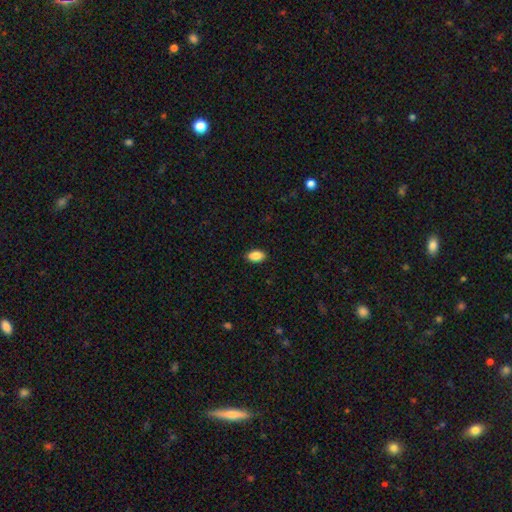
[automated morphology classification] A smooth galaxy with no disk features (89%) that is in between round and cigar-shaped (93%). Merging: none (89%).